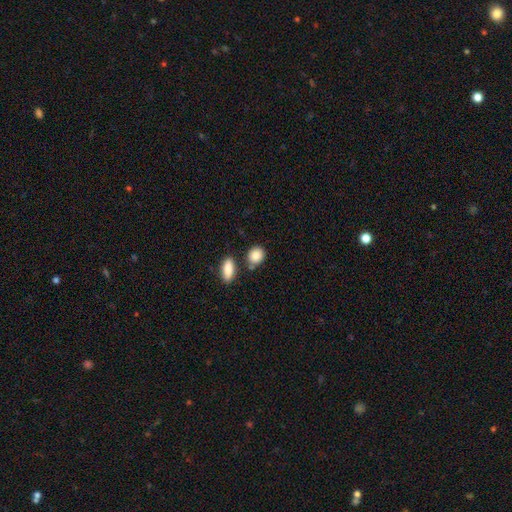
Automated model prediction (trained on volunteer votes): Smooth or featured? smooth (88%)
How rounded? round (60%)
Merging? none (73%)